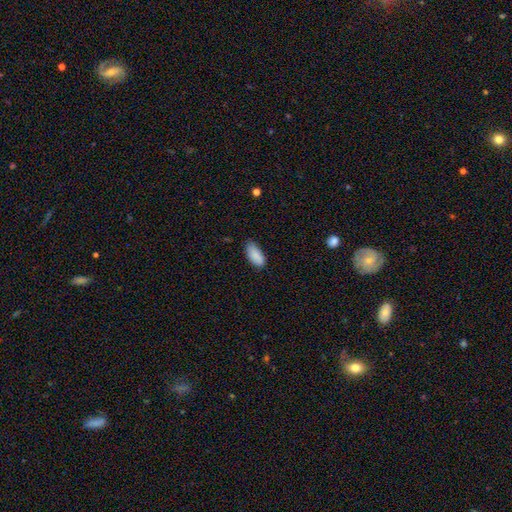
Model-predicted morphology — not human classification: This appears to be a smooth galaxy with no disk features (89%) that is in between round and cigar-shaped (90%). Merging: none (73%).